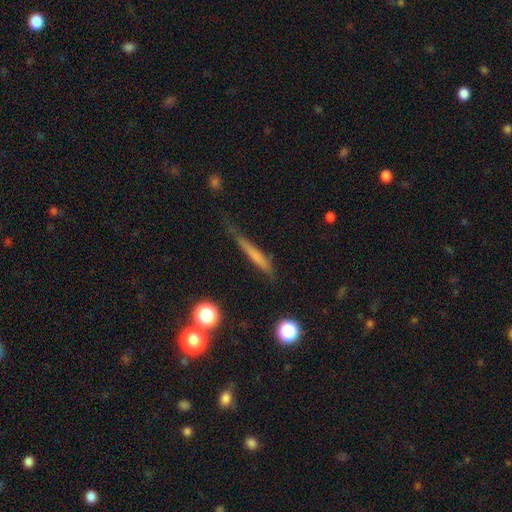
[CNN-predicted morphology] The model was most divided on "smooth or featured": smooth: 58%, featured or disk: 32%, star or artifact: 10%. More confident: how rounded — cigar-shaped (91%); merging — none (67%).